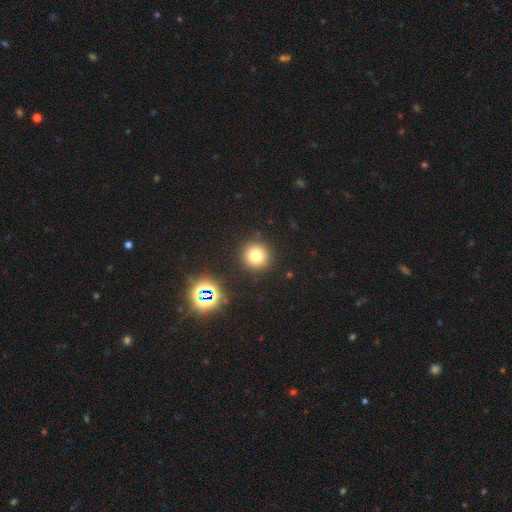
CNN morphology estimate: smooth_or_featured: smooth (p=0.73) [alt: star or artifact p=0.18]
how_rounded: round (p=0.95) [alt: in between p=0.04]
merging: none (p=0.90) [alt: minor disturbance p=0.06]